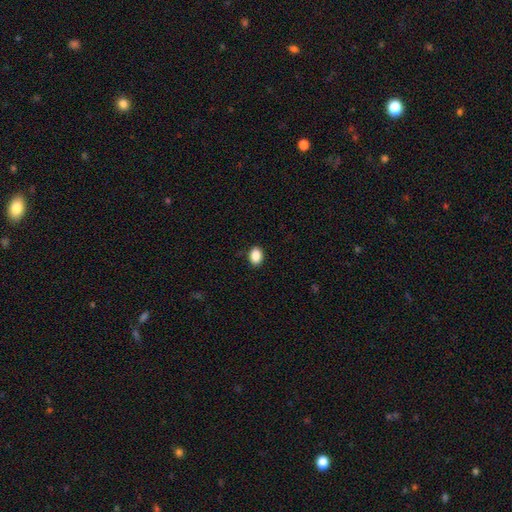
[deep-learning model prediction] Smooth or featured?
  - smooth: 89% *
  - star or artifact: 8%
  - featured or disk: 3%
How rounded?
  - in between: 71% *
  - round: 28%
  - cigar-shaped: 1%
Merging?
  - none: 89% *
  - minor disturbance: 8%
  - major disturbance: 2%
  - merger: 1%